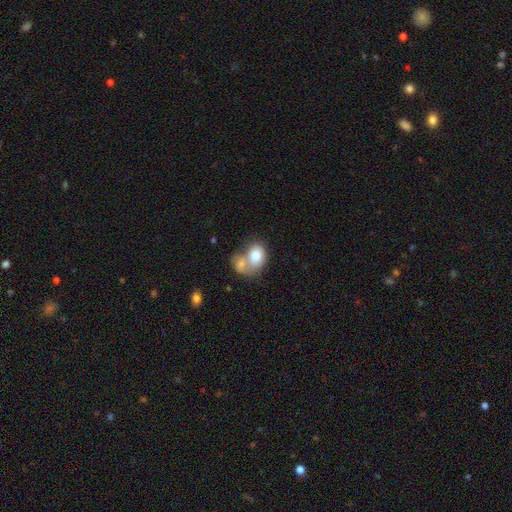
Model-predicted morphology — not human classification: Smooth or featured: smooth — 73% (featured or disk — 19%)
How rounded: in between — 57% (round — 42%)
Merging: merger — 65% (none — 20%)